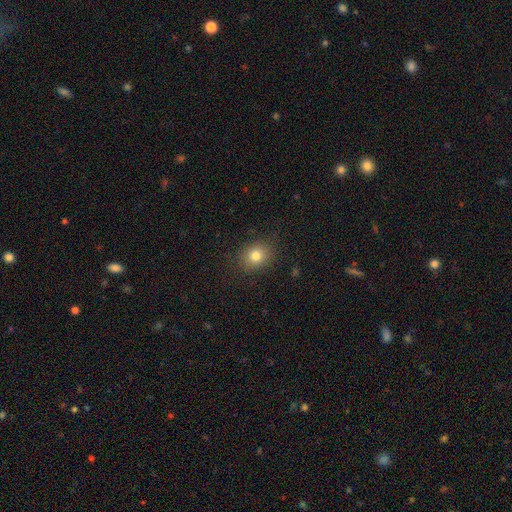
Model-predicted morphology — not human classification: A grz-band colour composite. It shows a smooth galaxy with no disk features (80%) that is round (61%). Merging: none (86%).